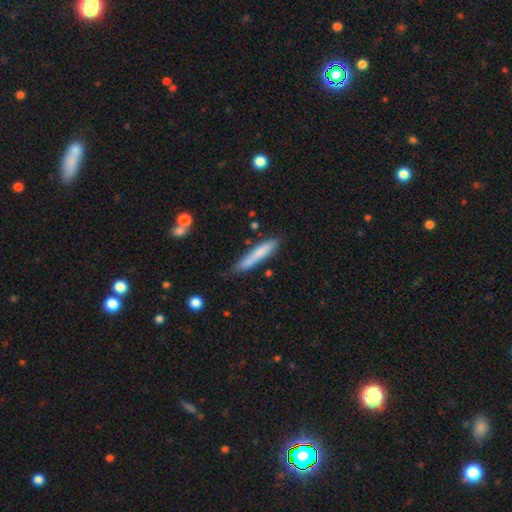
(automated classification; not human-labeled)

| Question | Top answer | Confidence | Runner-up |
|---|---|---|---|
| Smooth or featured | smooth | 73% | featured or disk (21%) |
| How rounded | cigar-shaped | 90% | in between (8%) |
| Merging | none | 64% | minor disturbance (26%) |